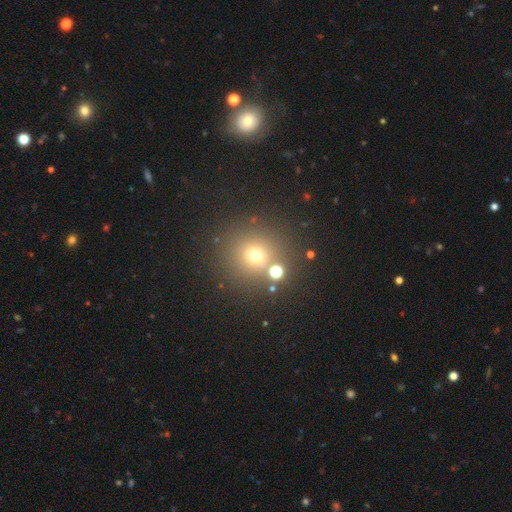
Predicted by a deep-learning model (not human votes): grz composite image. It shows a smooth galaxy with no disk features (65%) that is round (91%). Merging: none (78%).